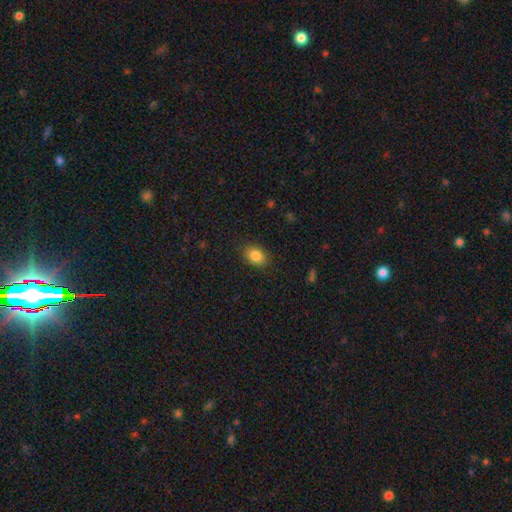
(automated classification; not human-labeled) The model was most divided on "how rounded": in between: 77%, round: 22%, cigar-shaped: 1%. More confident: merging — none (87%); smooth or featured — smooth (85%).